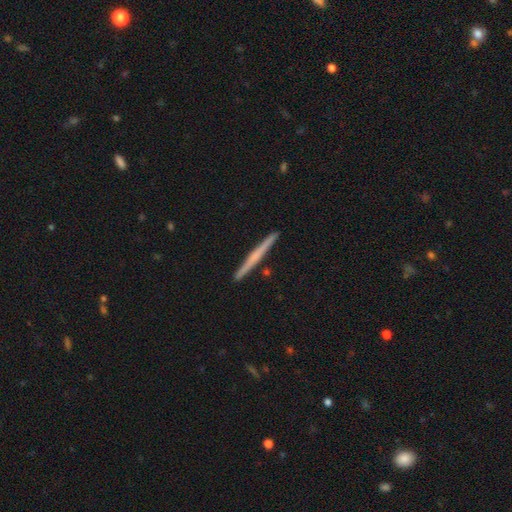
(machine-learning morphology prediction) featured or disk 54%, smooth 41%, star or artifact 5%. Down the decision tree: edge-on disk — yes (98%); edge-on bulge — none (70%); merging — none (92%).